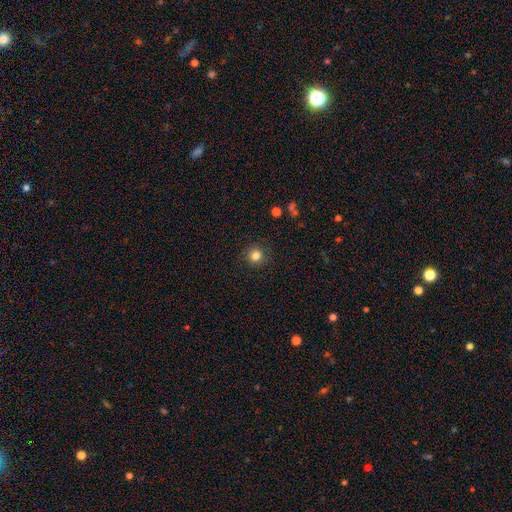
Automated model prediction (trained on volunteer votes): A smooth galaxy with no disk features (82%) that is round (93%).

Vote fractions:
- Smooth or featured? smooth: 82% / star or artifact: 12% / featured or disk: 6%
- How rounded? round: 93% / in between: 6% / cigar-shaped: 1%
- Merging? none: 89% / minor disturbance: 8% / major disturbance: 3% / merger: 1%